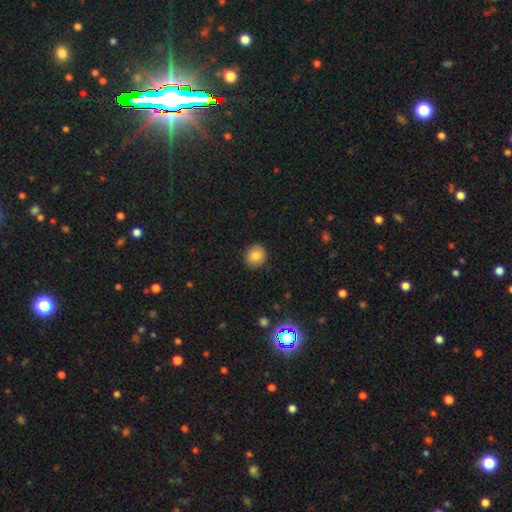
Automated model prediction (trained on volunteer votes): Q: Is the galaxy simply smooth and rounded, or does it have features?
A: smooth — 85%.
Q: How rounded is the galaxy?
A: round — 80%.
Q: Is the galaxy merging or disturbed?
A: none — 89%.